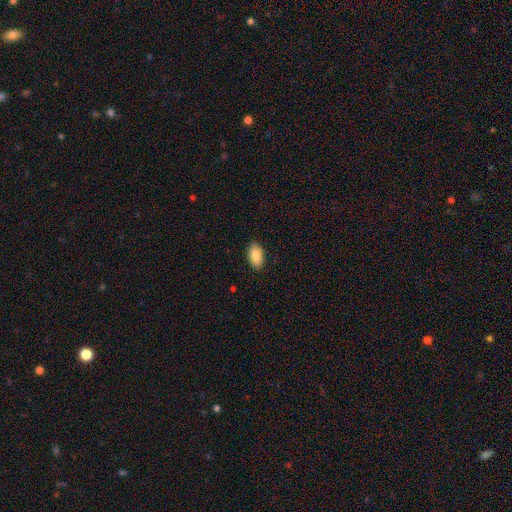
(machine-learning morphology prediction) A smooth galaxy with no disk features (88%) that is in between round and cigar-shaped (94%). Merging: none (89%).